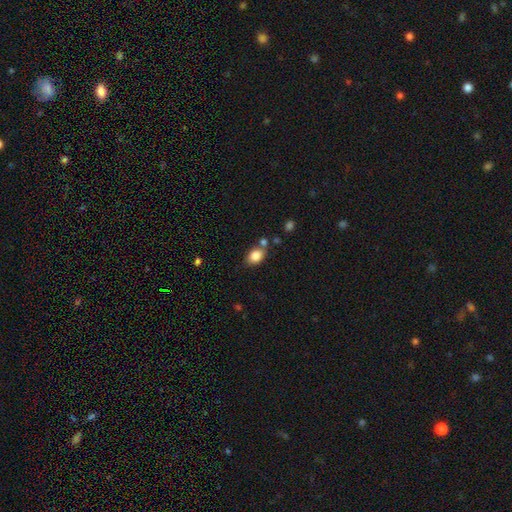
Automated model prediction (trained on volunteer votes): A smooth galaxy with no disk features (84%) that is in between round and cigar-shaped (71%).

Vote fractions:
- Smooth or featured? smooth: 84% / star or artifact: 9% / featured or disk: 7%
- How rounded? in between: 71% / round: 28% / cigar-shaped: 1%
- Merging? none: 65% / merger: 16% / minor disturbance: 15% / major disturbance: 4%